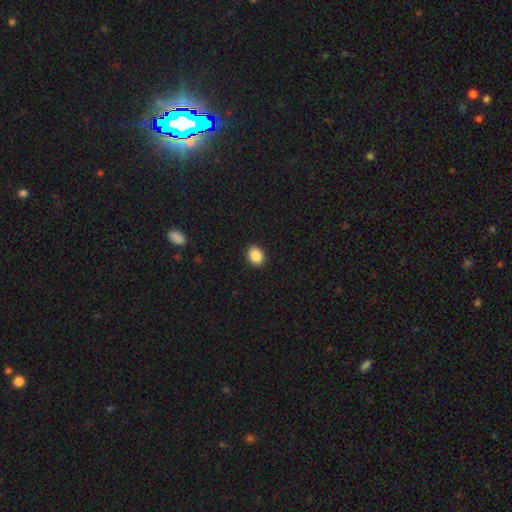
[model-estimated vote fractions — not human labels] Smooth or featured? Predicted: smooth (p=0.88). How rounded? Predicted: in between (p=0.53). Merging? Predicted: none (p=0.91).